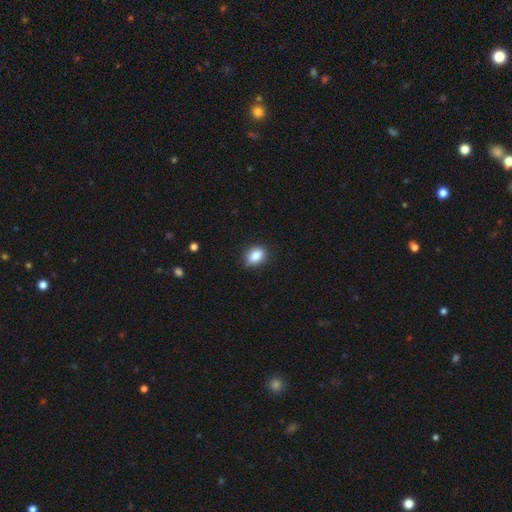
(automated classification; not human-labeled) Overall: smooth (85%). How rounded: in between (67%; round 32%). Merging: none (77%).